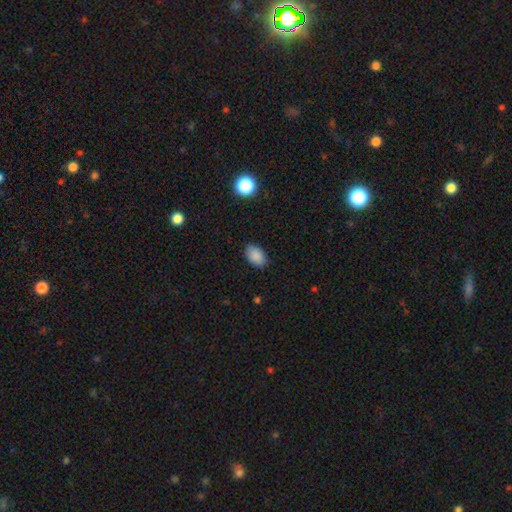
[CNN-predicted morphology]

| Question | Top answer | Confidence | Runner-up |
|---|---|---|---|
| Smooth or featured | smooth | 88% | star or artifact (8%) |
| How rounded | in between | 91% | round (8%) |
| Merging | none | 85% | minor disturbance (11%) |